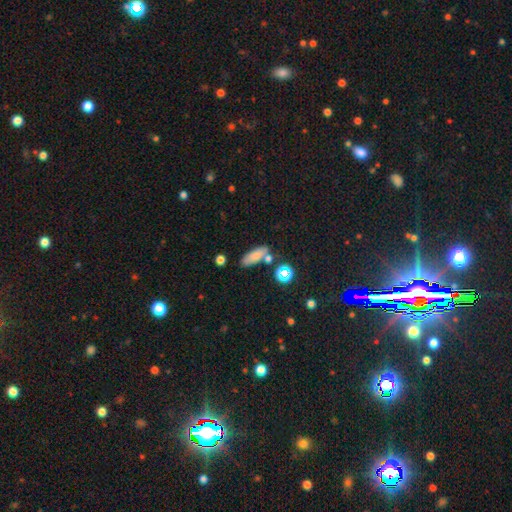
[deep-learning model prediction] This is likely a smooth galaxy (76%). How rounded: possibly in between (60%). Merging: likely none (68%).